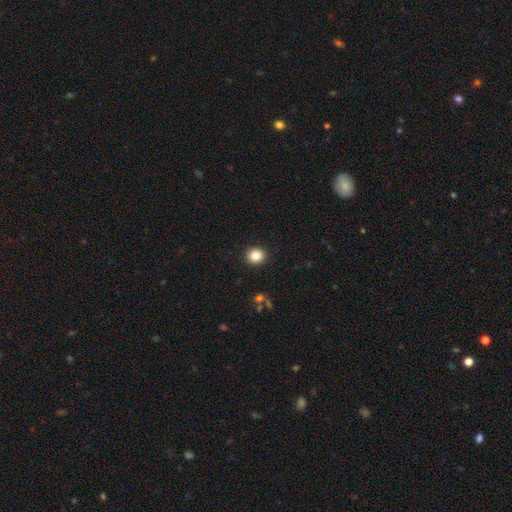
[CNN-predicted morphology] A smooth galaxy with no disk features (85%) that is round (81%).

Vote fractions:
- Smooth or featured? smooth: 85% / star or artifact: 10% / featured or disk: 5%
- How rounded? round: 81% / in between: 18% / cigar-shaped: 1%
- Merging? none: 92% / minor disturbance: 5% / major disturbance: 2% / merger: 1%